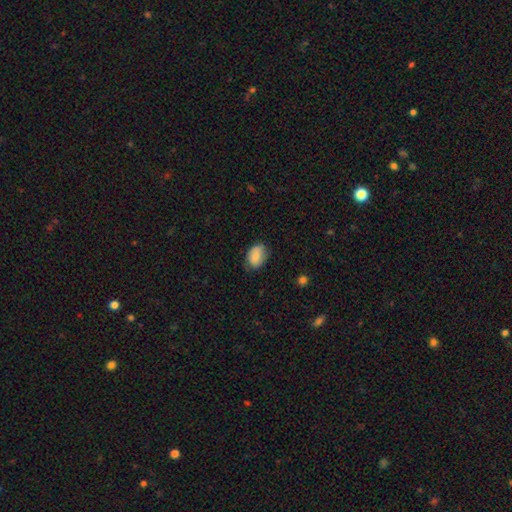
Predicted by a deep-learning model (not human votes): Smooth or featured? Predicted: smooth (p=0.80). How rounded? Predicted: in between (p=0.83). Merging? Predicted: none (p=0.69).